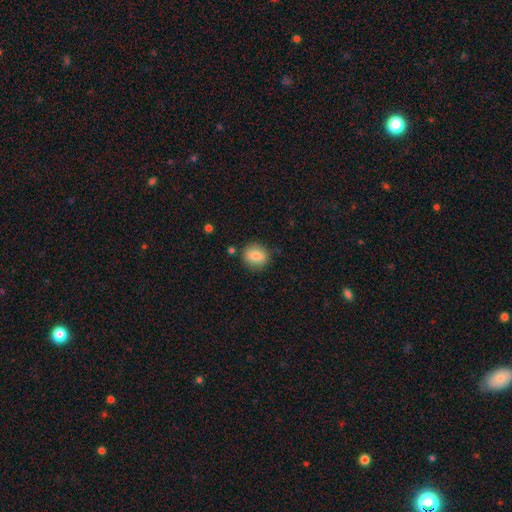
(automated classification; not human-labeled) Smooth or featured? Predicted: smooth (p=0.80). How rounded? Predicted: round (p=0.70). Merging? Predicted: none (p=0.84).